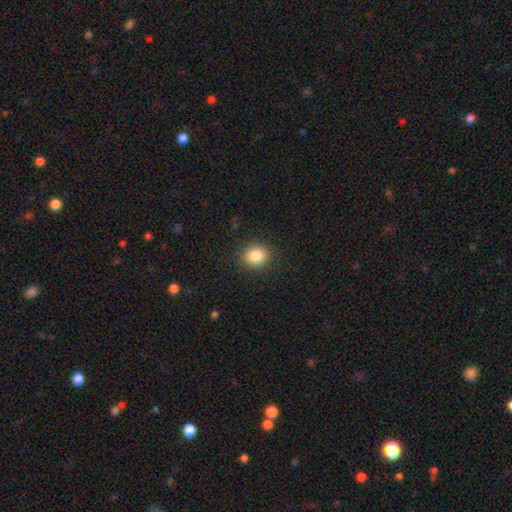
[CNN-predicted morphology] This appears to be a smooth galaxy with no disk features (85%) that is round (80%). Merging: none (90%).